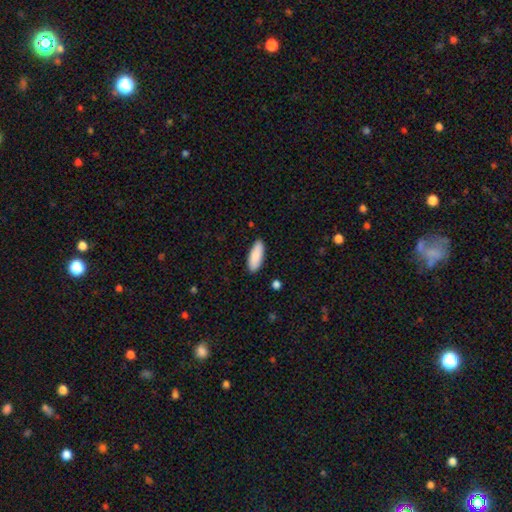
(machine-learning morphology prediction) Smooth or featured? smooth (89%)
How rounded? in between (71%)
Merging? none (88%)